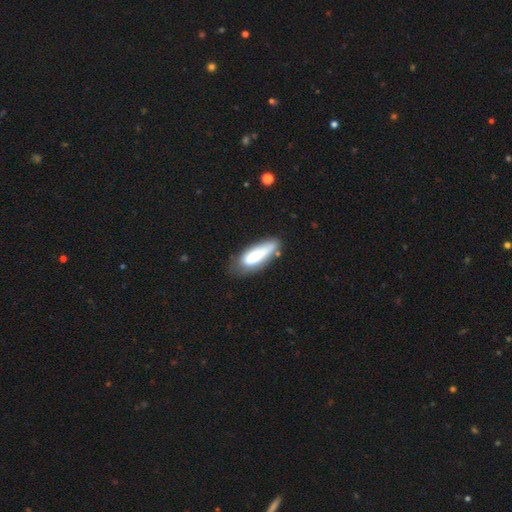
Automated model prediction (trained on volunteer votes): Smooth or featured? smooth (73%)
How rounded? in between (57%)
Merging? none (52%)